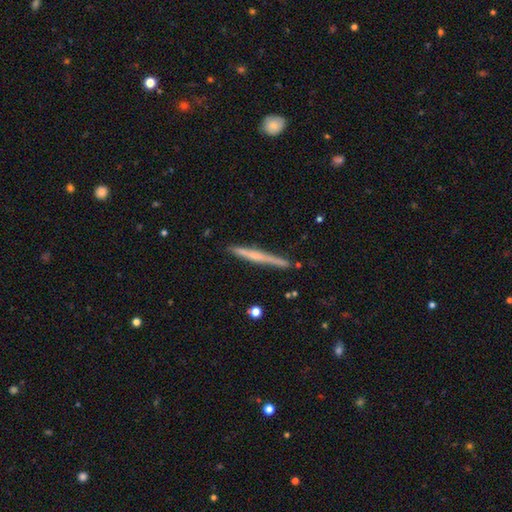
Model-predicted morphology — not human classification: smooth-or-featured: featured or disk: 54% | smooth: 41% | star or artifact: 6%
  disk-edge-on: yes: 97% | no: 3%
    edge-on-bulge: none: 60% | rounded: 32% | boxy: 8%
  merging: none: 87% | minor disturbance: 10% | merger: 2% | major disturbance: 2%